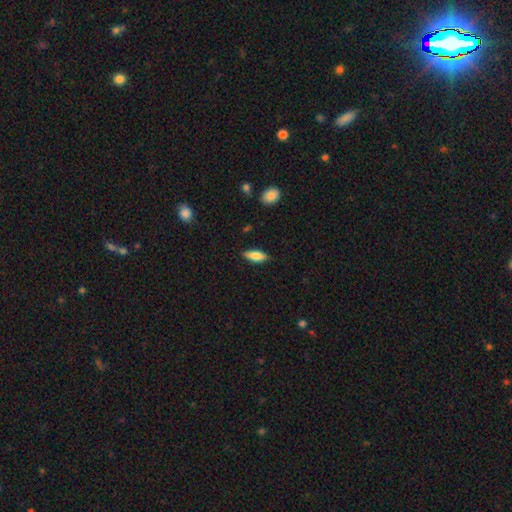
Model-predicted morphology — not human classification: smooth-or-featured: smooth: 78% | featured or disk: 16% | star or artifact: 6%
  how-rounded: in between: 67% | cigar-shaped: 30% | round: 2%
  merging: none: 86% | minor disturbance: 11% | major disturbance: 2% | merger: 1%